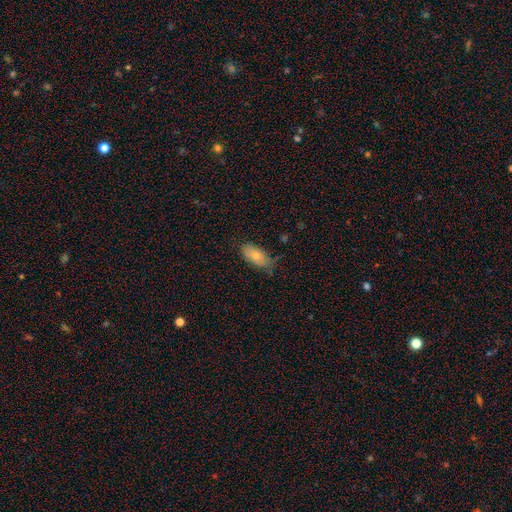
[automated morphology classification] smooth-or-featured: smooth: 74% | featured or disk: 18% | star or artifact: 7%
  how-rounded: in between: 90% | cigar-shaped: 6% | round: 4%
  merging: none: 64% | minor disturbance: 29% | major disturbance: 6% | merger: 2%